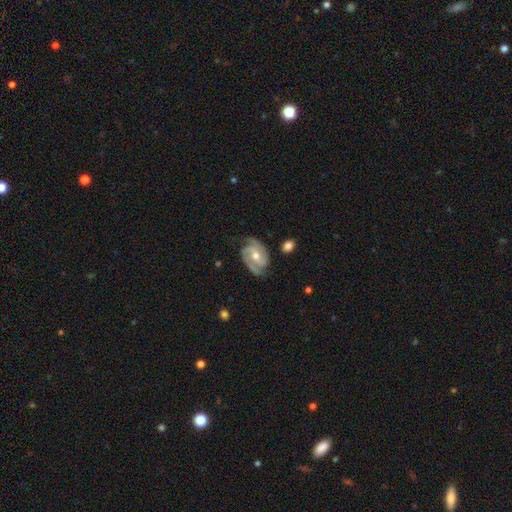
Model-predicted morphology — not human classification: Smooth or featured? Predicted: featured or disk (p=0.88). Edge-on disk? Predicted: no (p=0.97). Bar? Predicted: no (p=0.45). Spiral arms? Predicted: yes (p=0.97). Spiral winding? Predicted: tight (p=0.44, tied with medium). Spiral arm count? Predicted: 2 (p=0.73). Bulge size? Predicted: moderate (p=0.73). Merging? Predicted: none (p=0.72).